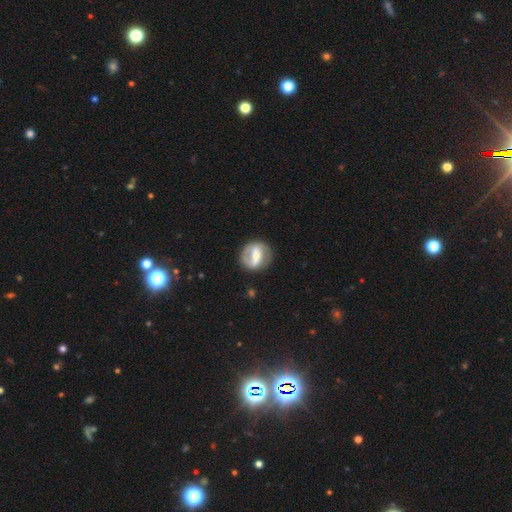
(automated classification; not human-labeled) Q: Smooth or featured?
A: featured or disk (66%); runner-up: smooth (28%)
Q: Edge-on disk?
A: no (95%); runner-up: yes (5%)
Q: Bar?
A: strong (61%); runner-up: weak (27%)
Q: Spiral arms?
A: yes (62%); runner-up: no (38%)
Q: Bulge size?
A: moderate (43%); runner-up: small (28%)
Q: Merging?
A: none (76%); runner-up: minor disturbance (15%)